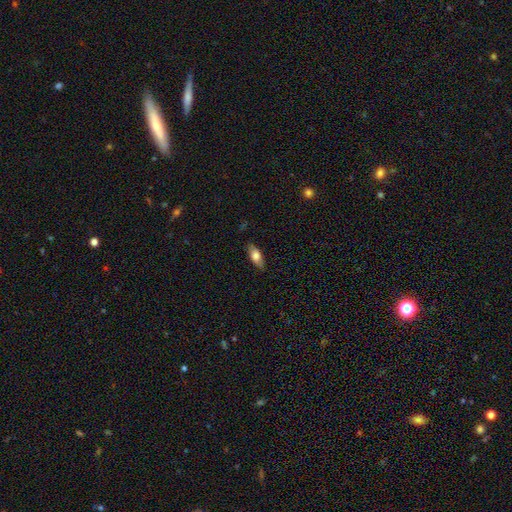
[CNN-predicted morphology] Smooth or featured? Predicted: smooth (p=0.68). How rounded? Predicted: in between (p=0.79). Merging? Predicted: none (p=0.83).